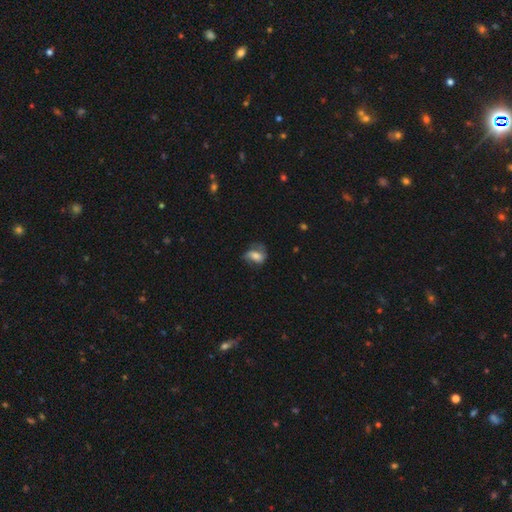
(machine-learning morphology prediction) Smooth or featured? smooth (62%)
How rounded? in between (80%)
Merging? none (42%)